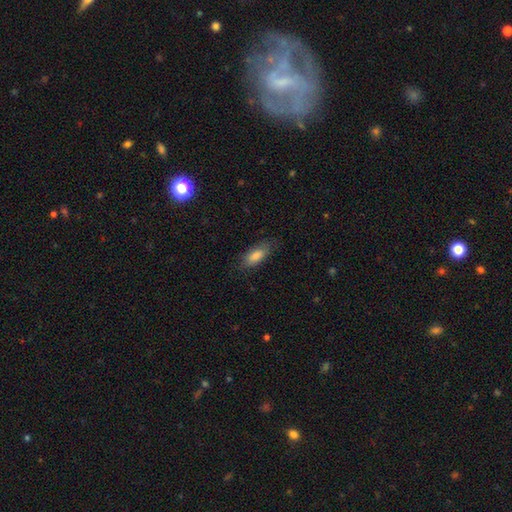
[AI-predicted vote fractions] A smooth galaxy with no disk features (82%) that is in between round and cigar-shaped (79%).

Vote fractions:
- Smooth or featured? smooth: 82% / featured or disk: 12% / star or artifact: 7%
- How rounded? in between: 79% / cigar-shaped: 18% / round: 2%
- Merging? none: 77% / minor disturbance: 17% / major disturbance: 4% / merger: 1%